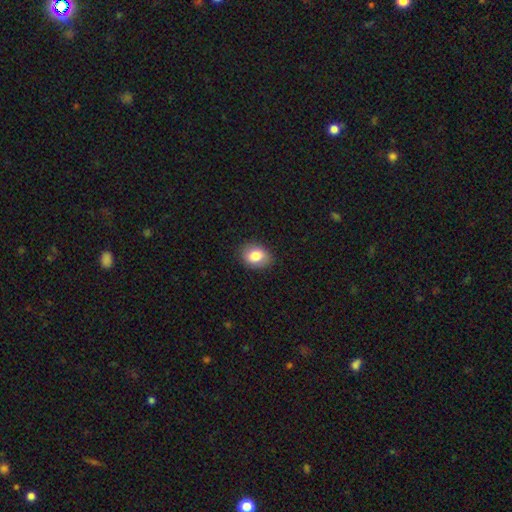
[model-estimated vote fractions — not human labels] A smooth galaxy with no disk features (82%) that is in between round and cigar-shaped (63%). Merging: none (85%).